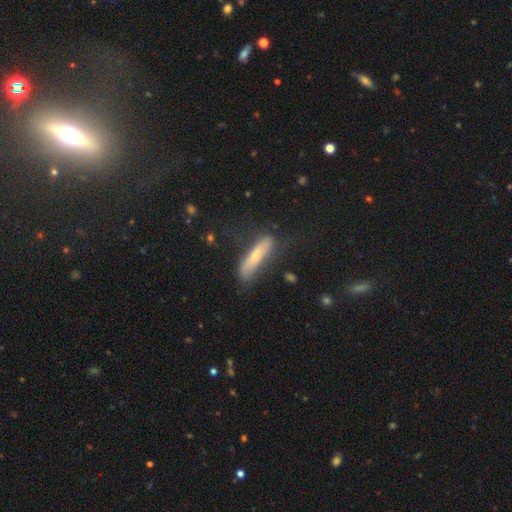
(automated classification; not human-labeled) Overall: smooth (55%; featured or disk 38%). How rounded: cigar-shaped (80%). Merging: none (67%).